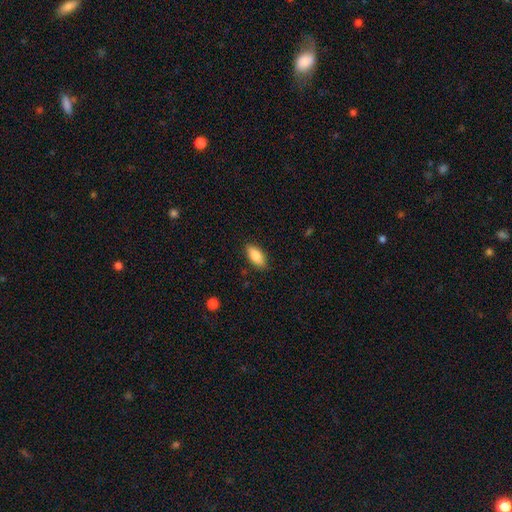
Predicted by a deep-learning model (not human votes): A smooth galaxy with no disk features (84%) that is in between round and cigar-shaped (85%). Merging: none (87%).